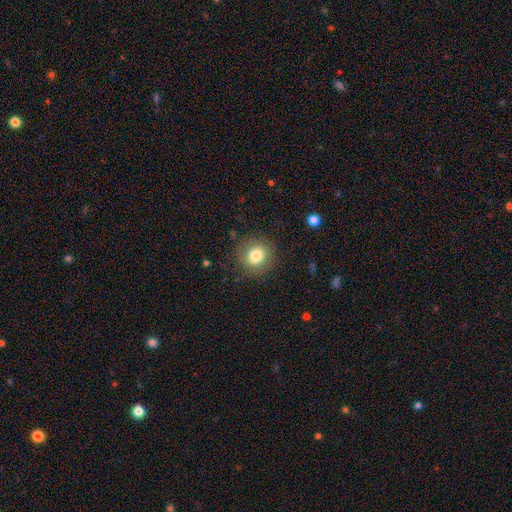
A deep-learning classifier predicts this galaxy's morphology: Smooth or featured: smooth — 80% (featured or disk — 10%)
How rounded: round — 86% (in between — 13%)
Merging: none — 86% (minor disturbance — 9%)